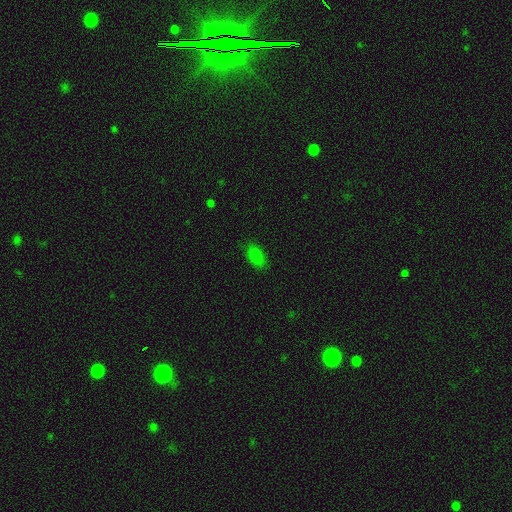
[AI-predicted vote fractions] This is clearly a smooth galaxy (82%). How rounded: clearly in between (91%). Merging: clearly none (83%).